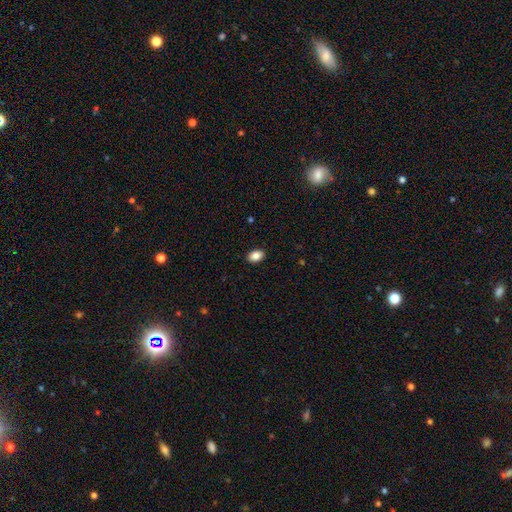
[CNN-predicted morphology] Smooth or featured: smooth — 88% (star or artifact — 8%)
How rounded: in between — 85% (round — 13%)
Merging: none — 90% (minor disturbance — 7%)